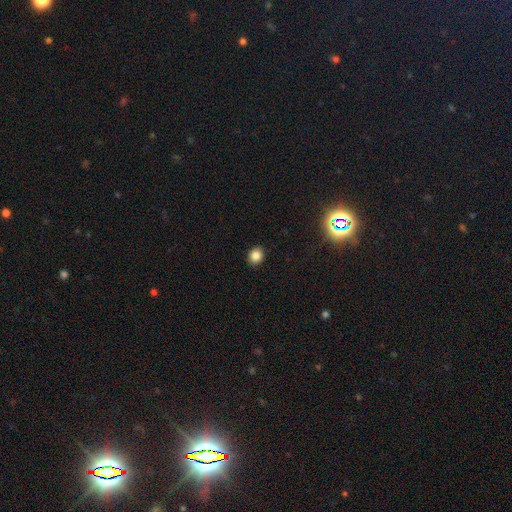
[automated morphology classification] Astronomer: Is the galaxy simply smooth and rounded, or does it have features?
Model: smooth — 84%.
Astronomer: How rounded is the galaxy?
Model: round — 62% (runner-up: in between, 37%).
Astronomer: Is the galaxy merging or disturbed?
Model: none — 91%.